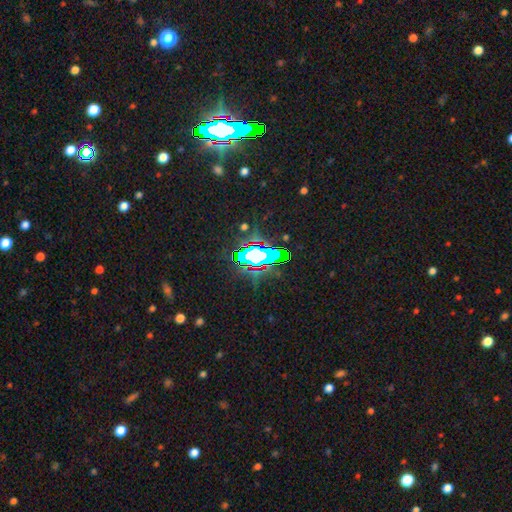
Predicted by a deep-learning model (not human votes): A star or artifact, not a galaxy (65%).